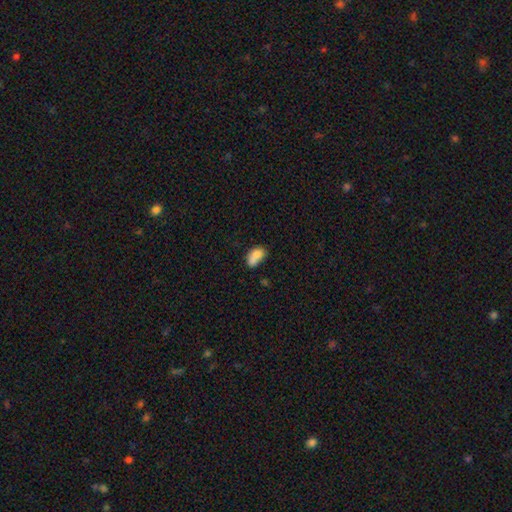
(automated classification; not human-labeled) A smooth galaxy with no disk features (75%) that is in between round and cigar-shaped (80%).

Vote fractions:
- Smooth or featured? smooth: 75% / featured or disk: 16% / star or artifact: 9%
- How rounded? in between: 80% / round: 18% / cigar-shaped: 2%
- Merging? merger: 51% / none: 26% / minor disturbance: 15% / major disturbance: 8%